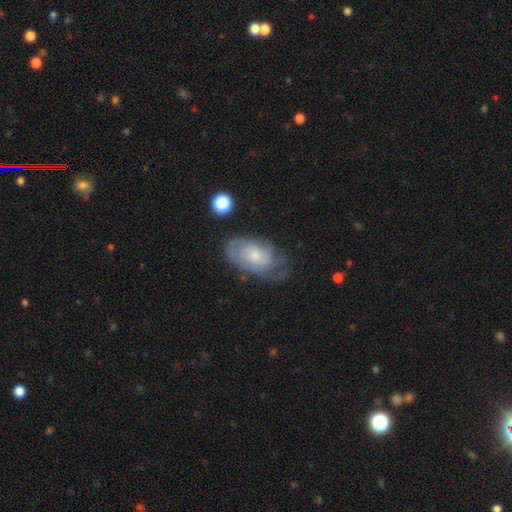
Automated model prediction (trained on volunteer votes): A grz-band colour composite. It shows a featured or disk galaxy (51%). Merging: none (52%).